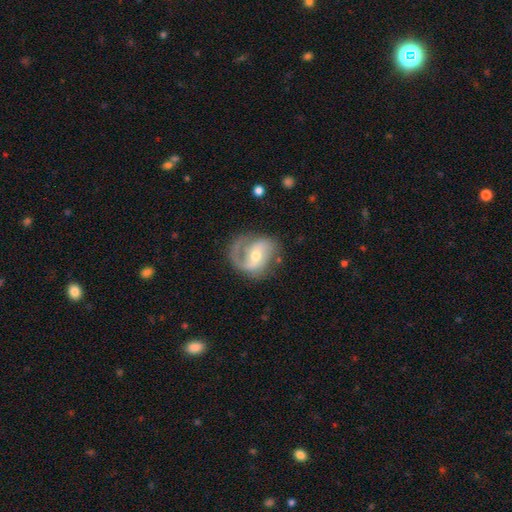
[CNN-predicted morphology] A featured or disk galaxy (79%) with a weak bar (42%), 2 (52%) medium (47%) spiral arms (91%) and a moderate central bulge (57%).

Vote fractions:
- Smooth or featured? featured or disk: 79% / smooth: 15% / star or artifact: 6%
- Edge-on disk? no: 97% / yes: 3%
- Bar? weak: 42% / no: 40% / strong: 18%
- Spiral arms? yes: 91% / no: 9%
- Spiral winding? medium: 47% / loose: 29% / tight: 24%
- Spiral arm count? 2: 52% / 1: 38% / can't tell: 7% / 3: 2% / 4: 1% / more than 4: 1%
- Bulge size? moderate: 57% / small: 37% / large: 3% / none: 1% / dominant: 1%
- Merging? none: 56% / minor disturbance: 22% / major disturbance: 20% / merger: 2%